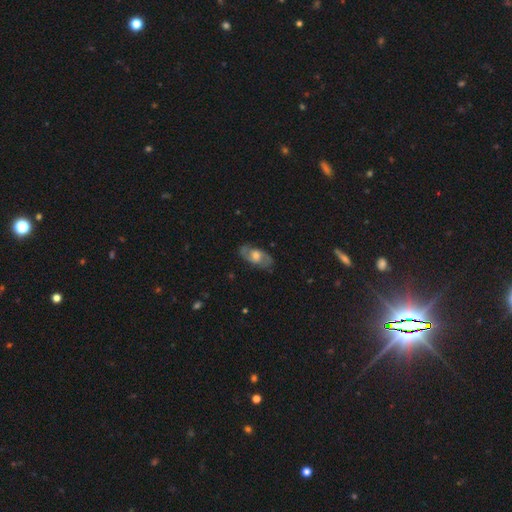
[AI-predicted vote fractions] Smooth or featured? featured or disk (71%)
Edge-on disk? no (93%)
Bar? no (56%)
Spiral arms? yes (86%)
Spiral winding? medium (50%)
Spiral arm count? 2 (86%)
Bulge size? moderate (60%)
Merging? none (80%)